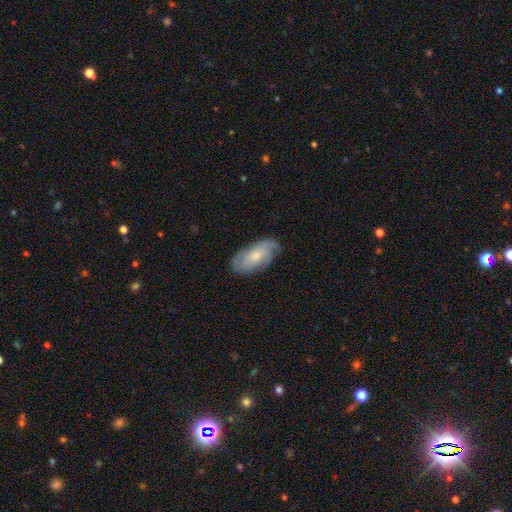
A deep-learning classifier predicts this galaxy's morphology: Overall: smooth (54%; featured or disk 40%). How rounded: in between (89%). Merging: none (72%).